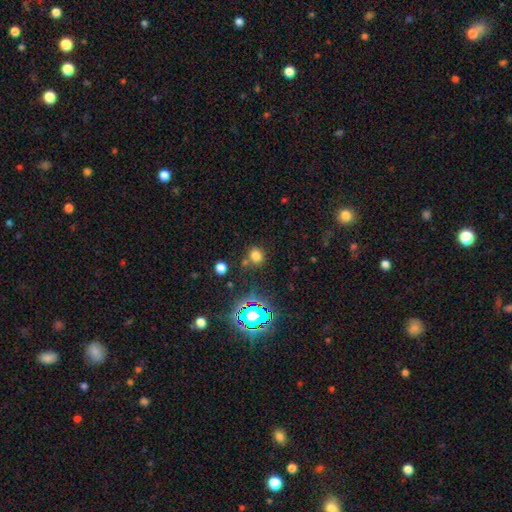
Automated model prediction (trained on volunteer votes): This appears to be a smooth galaxy with no disk features (70%) that is round (82%). Merging: none (73%).